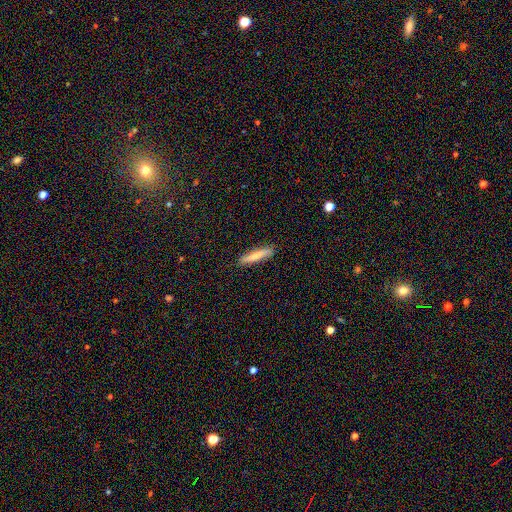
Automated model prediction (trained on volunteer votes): This is likely a smooth galaxy (63%). How rounded: clearly cigar-shaped (89%). Merging: clearly none (86%).